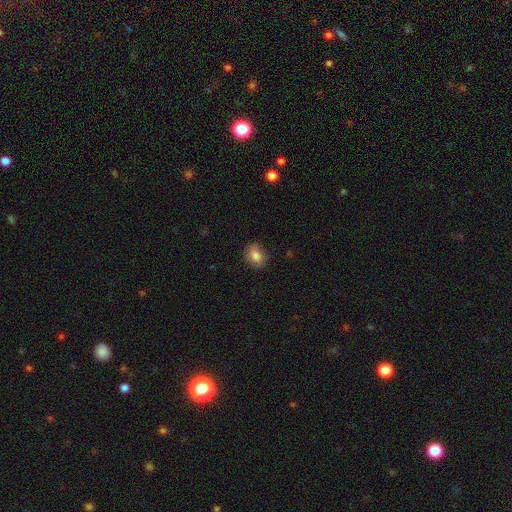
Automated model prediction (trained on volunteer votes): Morphology: type=smooth (81%); roundness=in between (50%); merging=none (76%).